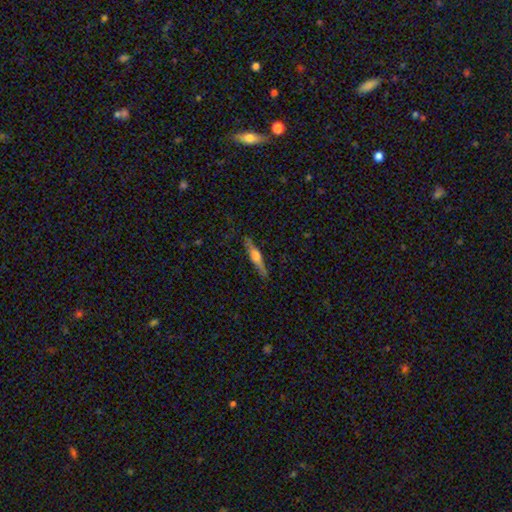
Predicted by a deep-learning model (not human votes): This appears to be a featured or disk galaxy (52%) viewed edge-on (93%). Merging: none (82%).